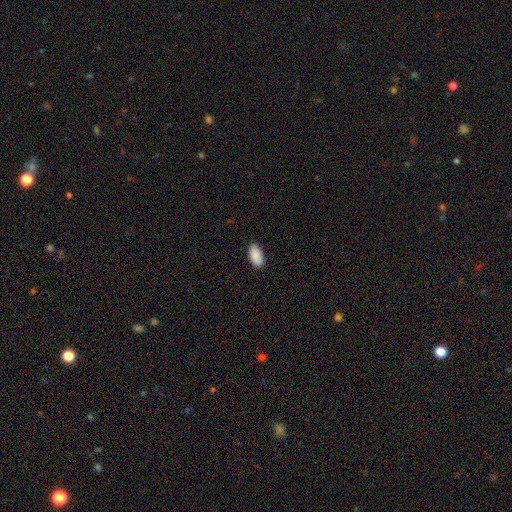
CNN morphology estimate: This appears to be a smooth galaxy with no disk features (91%) that is in between round and cigar-shaped (95%). Merging: none (87%).